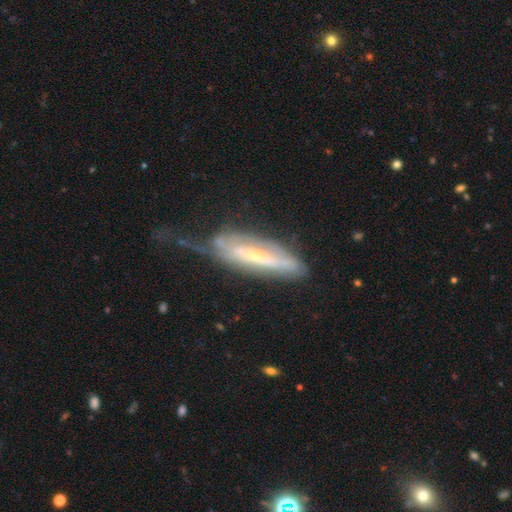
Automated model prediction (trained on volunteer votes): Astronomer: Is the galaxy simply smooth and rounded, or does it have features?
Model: featured or disk — 71%.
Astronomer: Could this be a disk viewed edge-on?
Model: no — 62% (runner-up: yes, 38%).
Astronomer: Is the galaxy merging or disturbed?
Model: none — 37% (runner-up: minor disturbance, 32%).